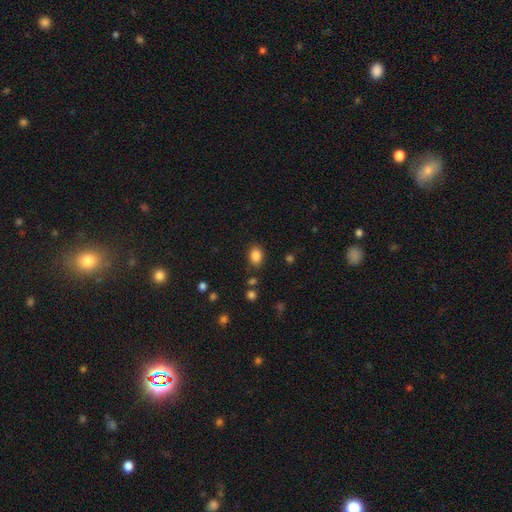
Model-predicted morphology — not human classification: Smooth or featured: smooth — 85% (star or artifact — 10%)
How rounded: in between — 65% (round — 34%)
Merging: none — 82% (minor disturbance — 11%)